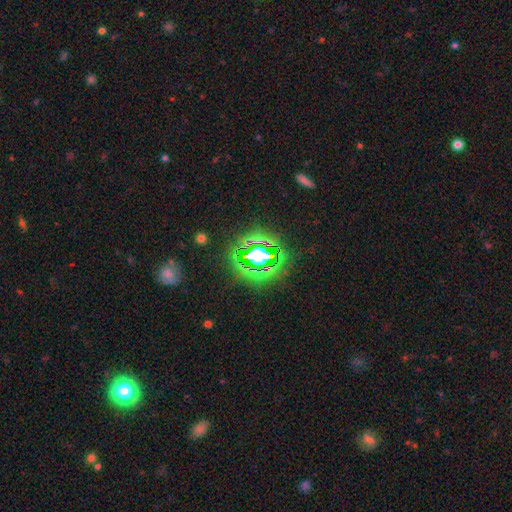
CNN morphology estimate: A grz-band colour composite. It shows a star or artifact, not a galaxy (78%).